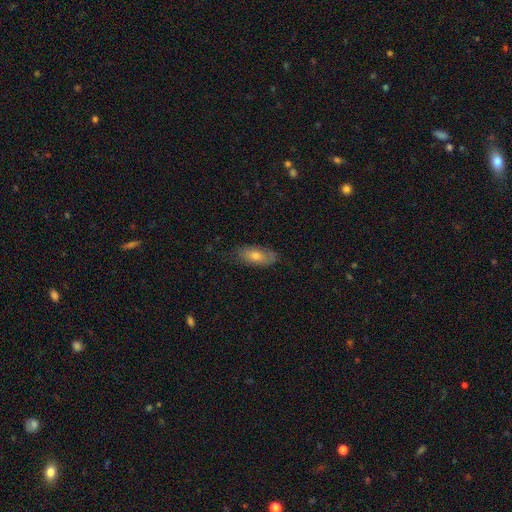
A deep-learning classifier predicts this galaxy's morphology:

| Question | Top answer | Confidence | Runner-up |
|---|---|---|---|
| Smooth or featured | smooth | 64% | featured or disk (28%) |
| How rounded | in between | 80% | cigar-shaped (17%) |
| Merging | none | 75% | minor disturbance (19%) |